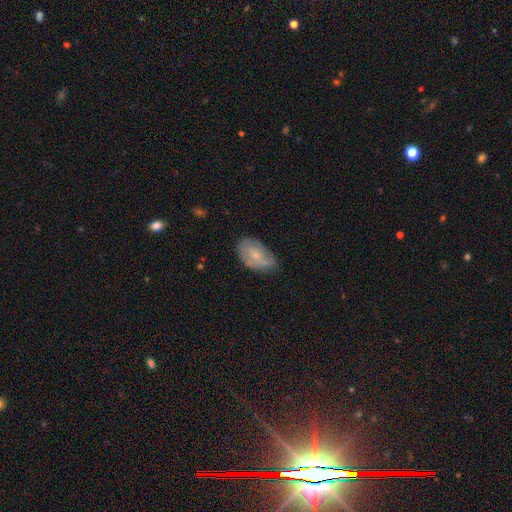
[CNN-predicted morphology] This is possibly a smooth galaxy (55%). How rounded: clearly in between (92%). Merging: likely none (62%).